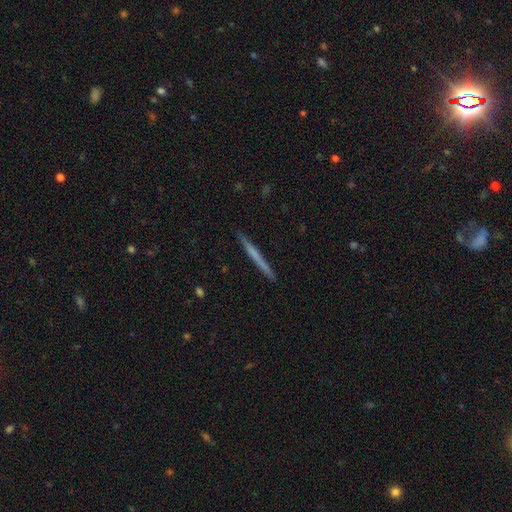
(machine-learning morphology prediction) Overall: smooth (51%; featured or disk 44%). How rounded: cigar-shaped (97%). Merging: none (92%).